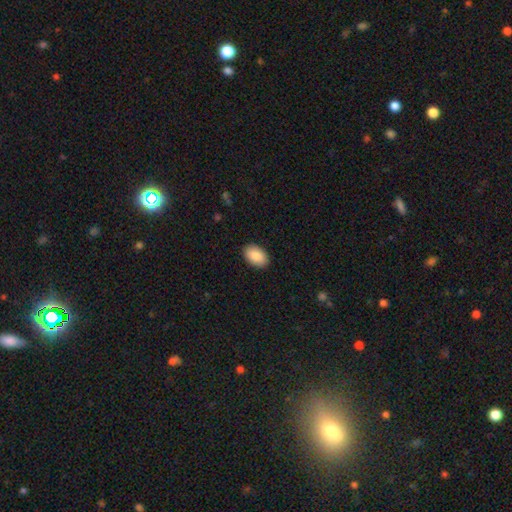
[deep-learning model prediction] A smooth galaxy with no disk features (88%) that is in between round and cigar-shaped (91%).

Vote fractions:
- Smooth or featured? smooth: 88% / star or artifact: 6% / featured or disk: 5%
- How rounded? in between: 91% / round: 8% / cigar-shaped: 1%
- Merging? none: 90% / minor disturbance: 7% / major disturbance: 2% / merger: 1%